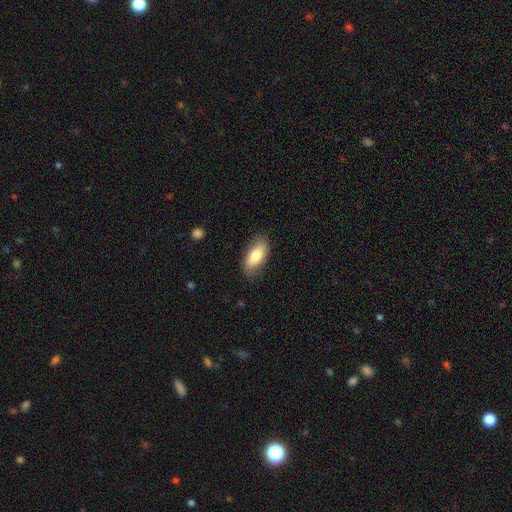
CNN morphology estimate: smooth-or-featured: smooth: 77% | featured or disk: 17% | star or artifact: 6%
  how-rounded: in between: 88% | cigar-shaped: 9% | round: 3%
  merging: none: 81% | minor disturbance: 14% | major disturbance: 3% | merger: 1%